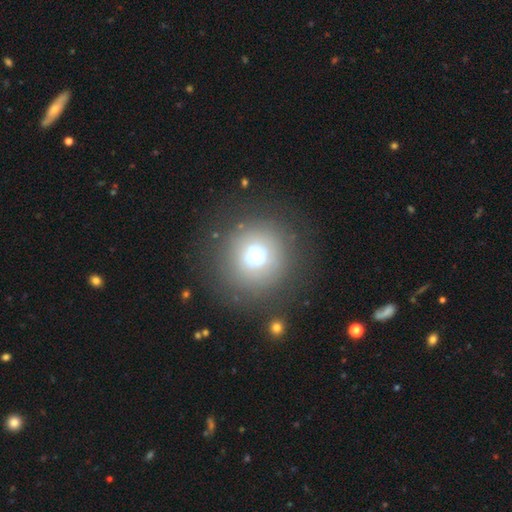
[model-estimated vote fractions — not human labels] Smooth or featured?
  - smooth: 62% *
  - featured or disk: 23%
  - star or artifact: 15%
How rounded?
  - round: 94% *
  - in between: 5%
  - cigar-shaped: 1%
Merging?
  - none: 83% *
  - minor disturbance: 9%
  - major disturbance: 5%
  - merger: 2%